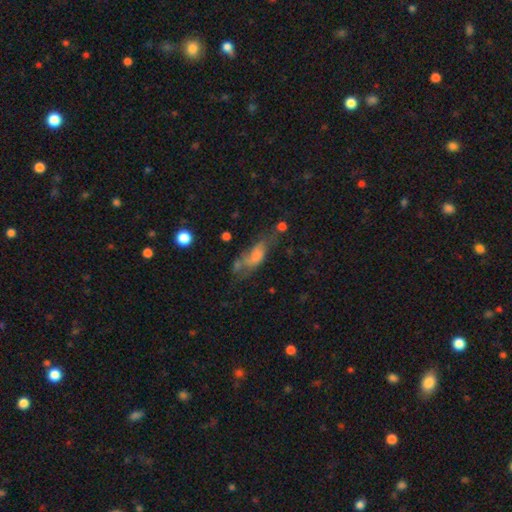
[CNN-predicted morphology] type=smooth (48%); merging=none (39%).